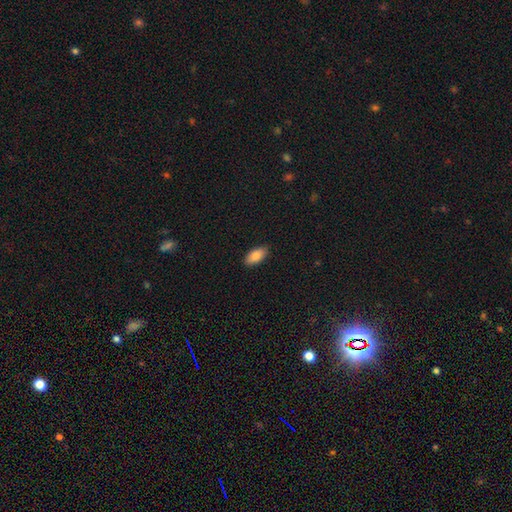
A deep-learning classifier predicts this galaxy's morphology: The model was most divided on "smooth or featured": smooth: 84%, featured or disk: 9%, star or artifact: 7%. More confident: how rounded — in between (92%); merging — none (89%).